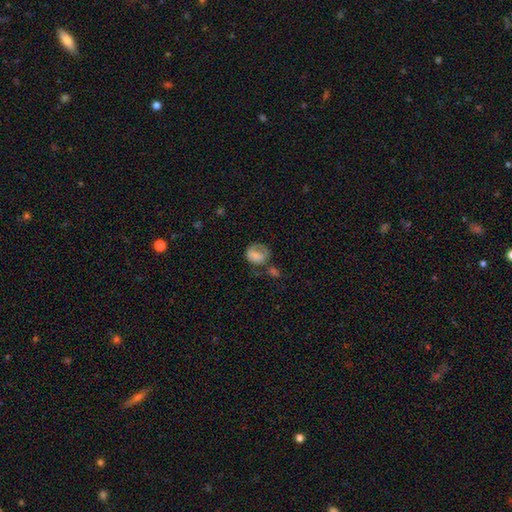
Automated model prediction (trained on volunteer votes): Smooth or featured?
  - smooth: 67% *
  - featured or disk: 24%
  - star or artifact: 9%
How rounded?
  - round: 52% *
  - in between: 47%
  - cigar-shaped: 1%
Merging?
  - none: 31% * (tied)
  - major disturbance: 31% * (tied)
  - minor disturbance: 25%
  - merger: 14%